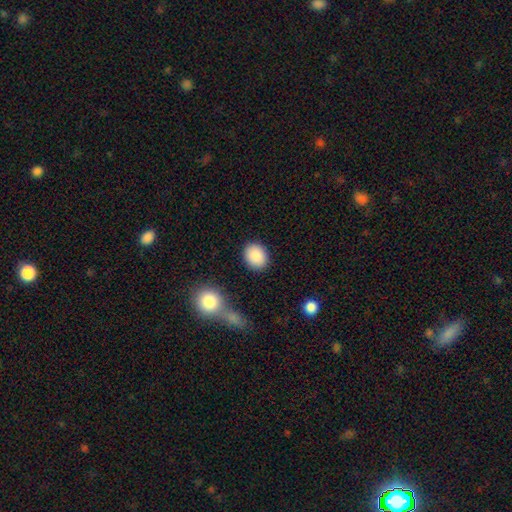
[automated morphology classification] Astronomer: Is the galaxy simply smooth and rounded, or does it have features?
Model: smooth — 89%.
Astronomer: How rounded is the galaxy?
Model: round — 53% (runner-up: in between, 46%).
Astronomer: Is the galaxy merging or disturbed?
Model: none — 86%.